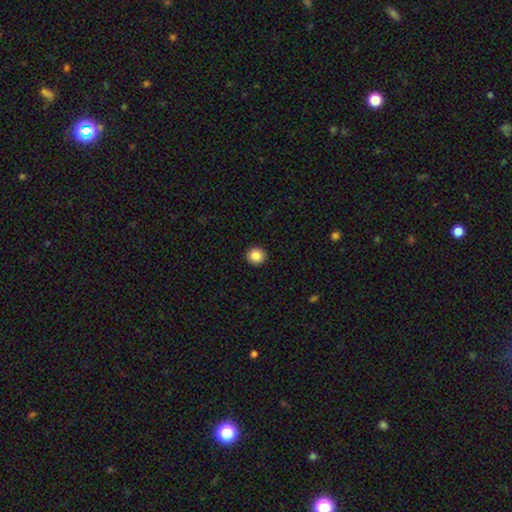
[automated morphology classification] Overall: smooth (86%). How rounded: round (91%). Merging: none (93%).